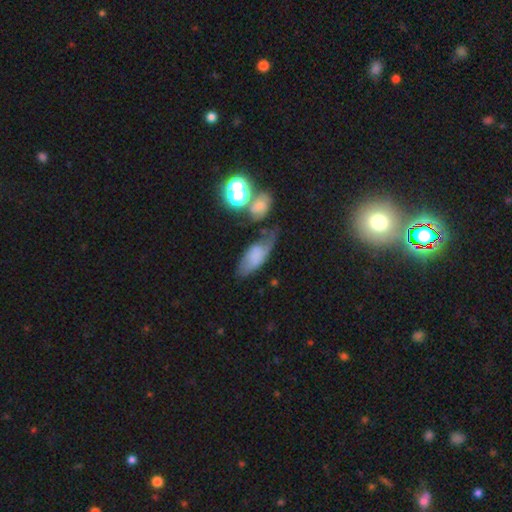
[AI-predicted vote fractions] Smooth or featured? Predicted: smooth (p=0.54). How rounded? Predicted: in between (p=0.82). Merging? Predicted: none (p=0.40).